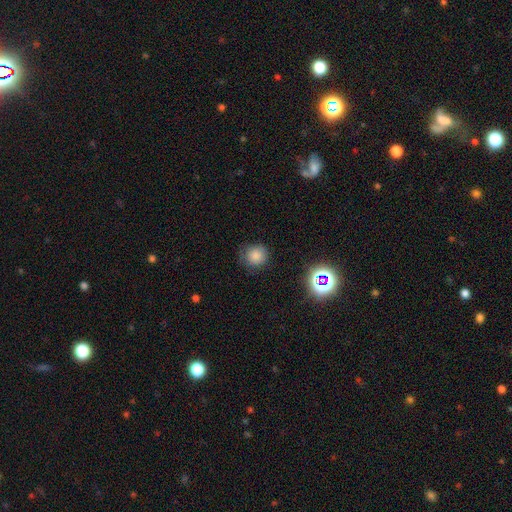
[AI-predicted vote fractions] smooth-or-featured: smooth: 79% | star or artifact: 14% | featured or disk: 6%
  how-rounded: round: 90% | in between: 9% | cigar-shaped: 1%
  merging: none: 76% | minor disturbance: 17% | major disturbance: 5% | merger: 2%